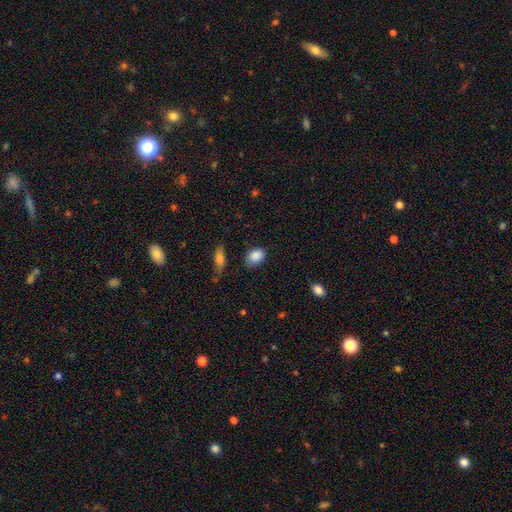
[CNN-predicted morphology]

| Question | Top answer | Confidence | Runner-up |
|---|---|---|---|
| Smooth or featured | smooth | 87% | star or artifact (8%) |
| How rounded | in between | 69% | round (29%) |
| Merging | none | 72% | minor disturbance (21%) |